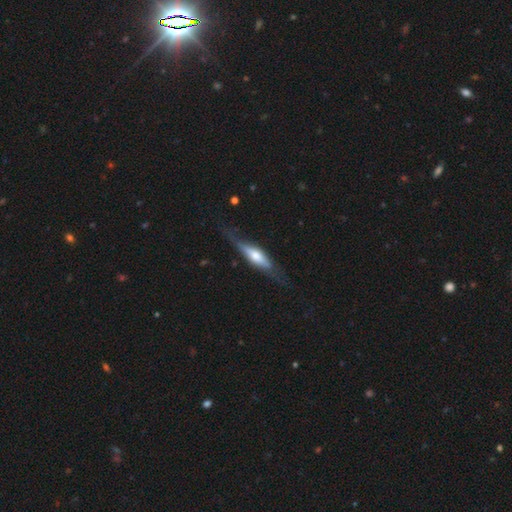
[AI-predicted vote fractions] Smooth or featured?
  - featured or disk: 57% *
  - smooth: 38%
  - star or artifact: 5%
Edge-on disk?
  - yes: 84% *
  - no: 16%
Merging?
  - none: 67% *
  - minor disturbance: 21%
  - major disturbance: 10%
  - merger: 2%